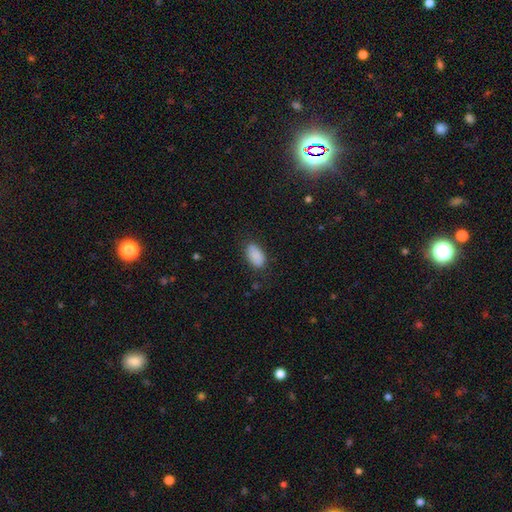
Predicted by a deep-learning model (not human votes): This is clearly a smooth galaxy (87%). How rounded: clearly in between (93%). Merging: likely none (78%).